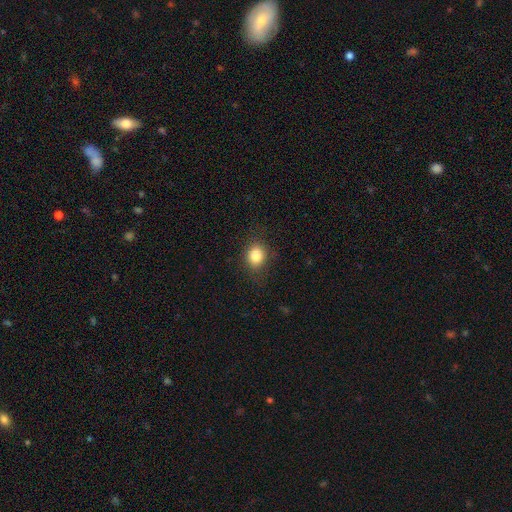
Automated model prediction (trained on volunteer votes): The model was most divided on "how rounded": round: 61%, in between: 38%, cigar-shaped: 1%. More confident: merging — none (84%); smooth or featured — smooth (84%).